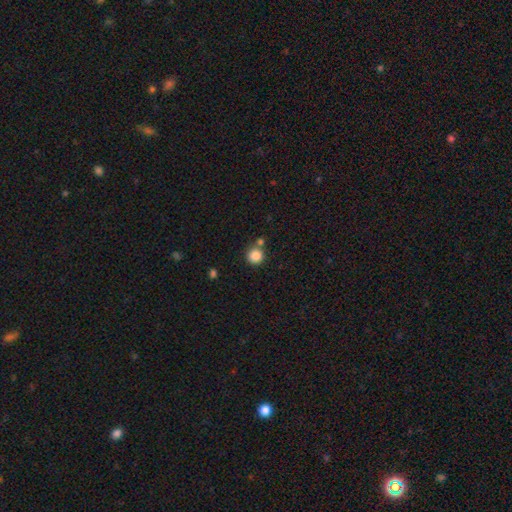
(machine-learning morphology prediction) Smooth or featured? smooth (85%)
How rounded? round (93%)
Merging? none (71%)